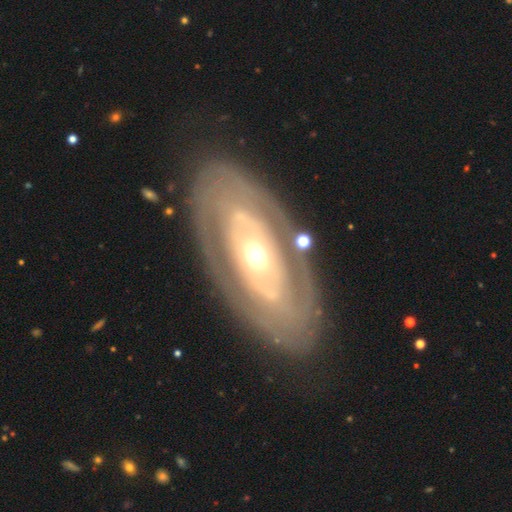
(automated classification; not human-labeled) The model was most divided on "spiral arms": no: 56%, yes: 44%. More confident: edge-on disk — no (90%); merging — none (79%); smooth or featured — featured or disk (77%); bar — no (75%); bulge size — moderate (68%).